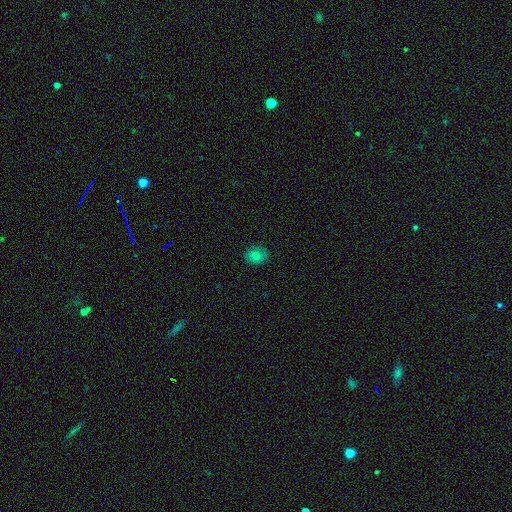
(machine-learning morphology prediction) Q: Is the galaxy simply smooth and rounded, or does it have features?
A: smooth — 77%.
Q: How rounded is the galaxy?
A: in between — 52%.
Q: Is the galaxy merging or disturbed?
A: none — 84%.